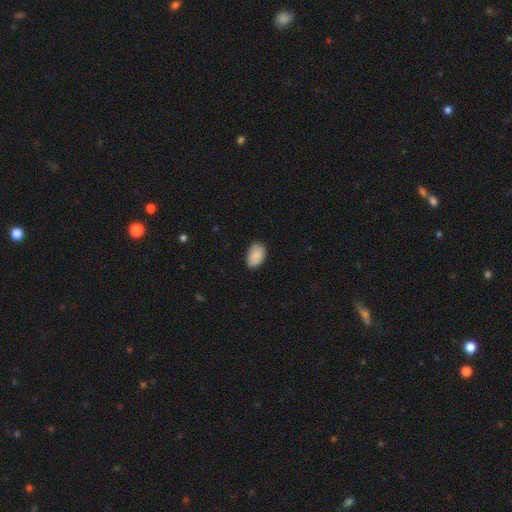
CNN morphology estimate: The model was most divided on "merging": none: 80%, minor disturbance: 16%, major disturbance: 3%, merger: 1%. More confident: how rounded — in between (91%); smooth or featured — smooth (89%).